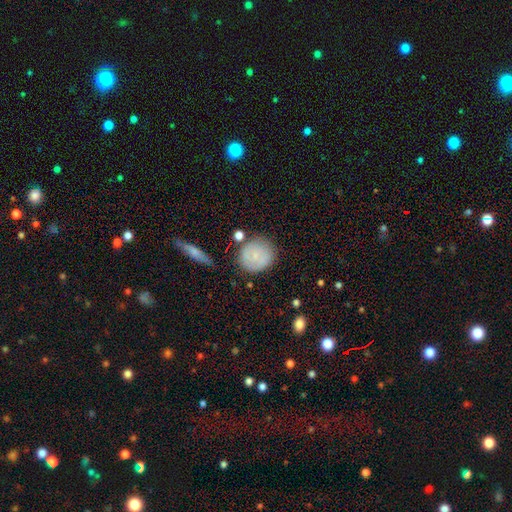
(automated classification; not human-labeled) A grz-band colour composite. It shows a smooth galaxy with no disk features (73%) that is round (86%). Merging: none (75%).